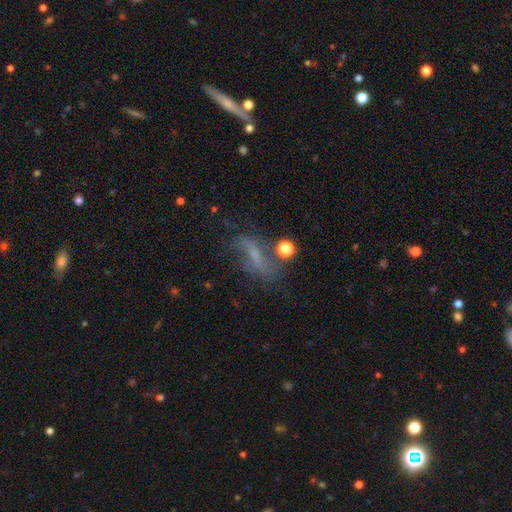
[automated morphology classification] Smooth or featured?
  - featured or disk: 43% *
  - smooth: 38%
  - star or artifact: 19%
Merging?
  - none: 47% *
  - minor disturbance: 22%
  - major disturbance: 22%
  - merger: 8%